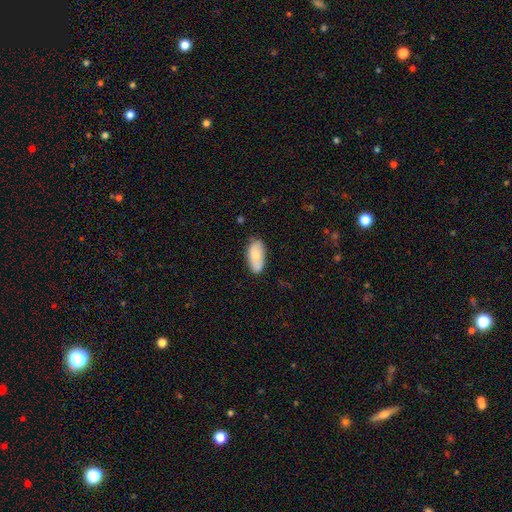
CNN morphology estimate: Smooth or featured? smooth (74%)
How rounded? in between (92%)
Merging? none (71%)